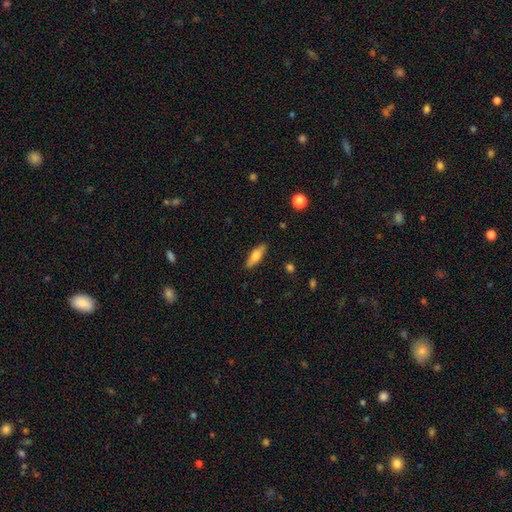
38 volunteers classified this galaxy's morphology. type=smooth (55%); roundness=cigar-shaped (57%); merging=none (78%).